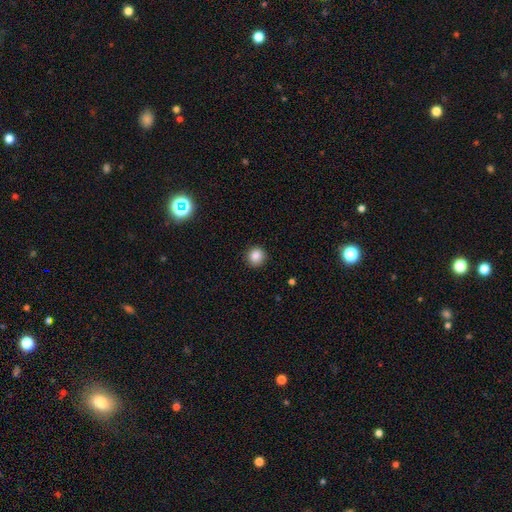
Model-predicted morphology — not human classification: Smooth or featured? Predicted: smooth (p=0.86). How rounded? Predicted: round (p=0.91). Merging? Predicted: none (p=0.91).